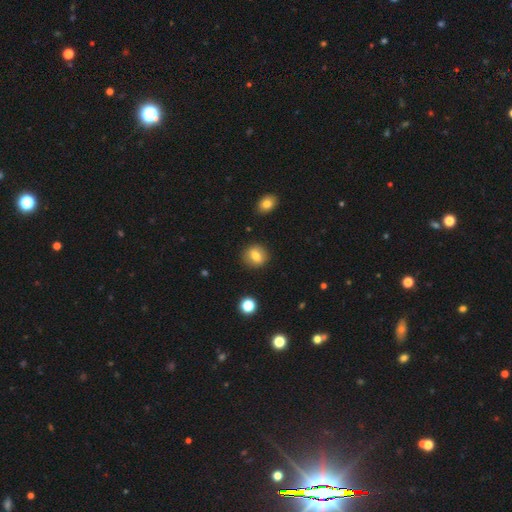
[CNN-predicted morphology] type=smooth (77%); roundness=round (74%); merging=none (87%).